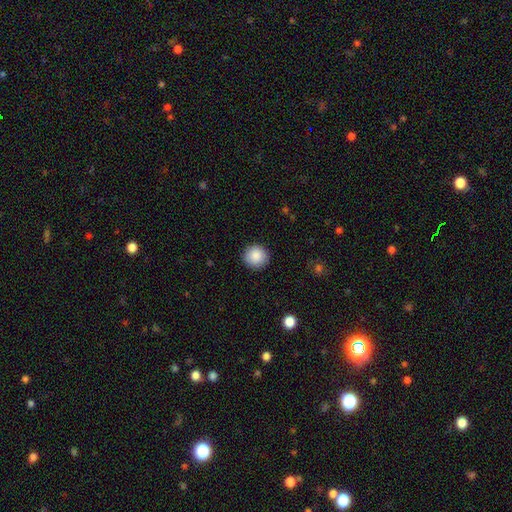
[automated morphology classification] Smooth or featured: smooth — 88% (star or artifact — 8%)
How rounded: round — 93% (in between — 6%)
Merging: none — 91% (minor disturbance — 6%)